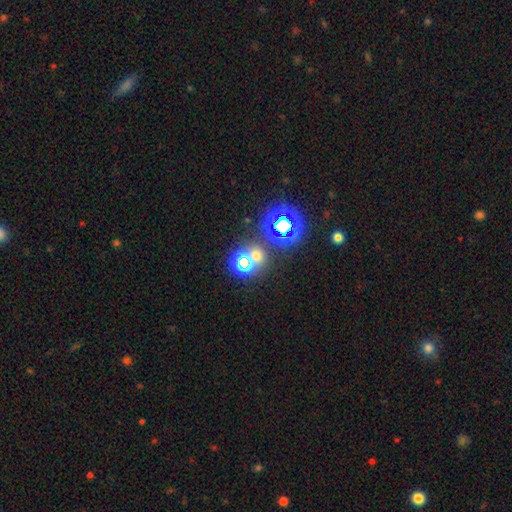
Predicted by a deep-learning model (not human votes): star or artifact 54%, smooth 37%, featured or disk 9%.